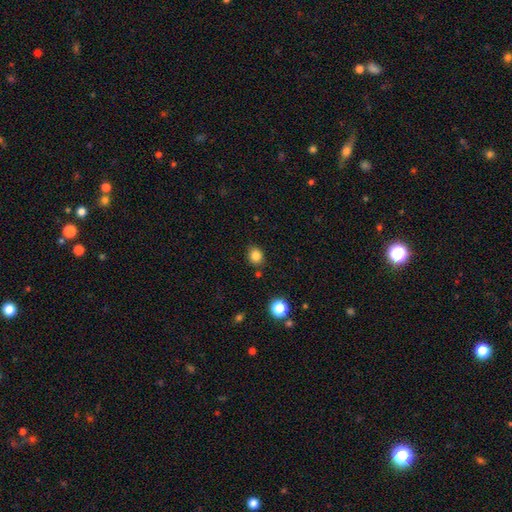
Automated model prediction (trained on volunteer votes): Smooth or featured? smooth (83%)
How rounded? round (69%)
Merging? none (84%)